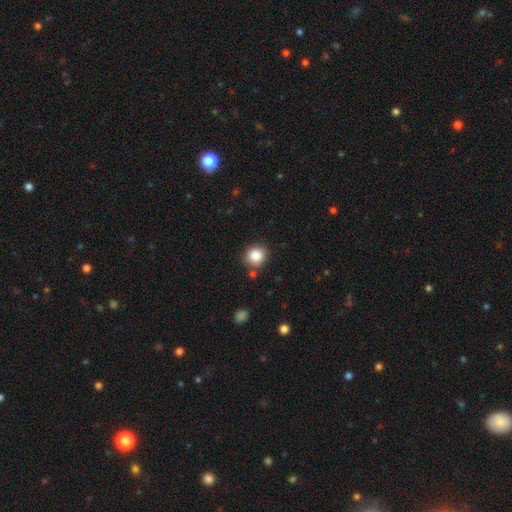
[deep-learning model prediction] A smooth galaxy with no disk features (86%) that is round (89%).

Vote fractions:
- Smooth or featured? smooth: 86% / star or artifact: 10% / featured or disk: 4%
- How rounded? round: 89% / in between: 10% / cigar-shaped: 1%
- Merging? none: 83% / minor disturbance: 10% / merger: 5% / major disturbance: 3%